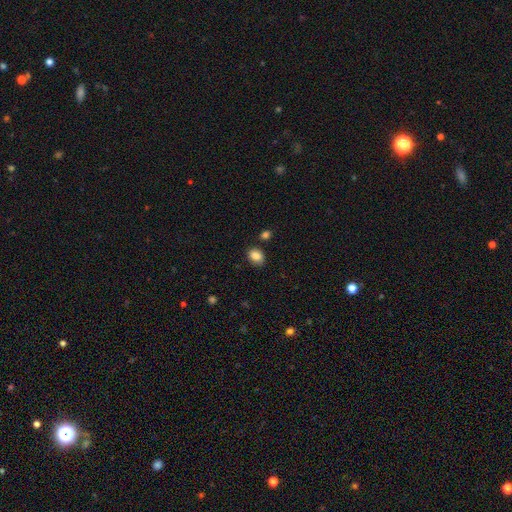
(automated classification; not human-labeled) Smooth or featured? smooth (86%)
How rounded? in between (63%)
Merging? none (82%)